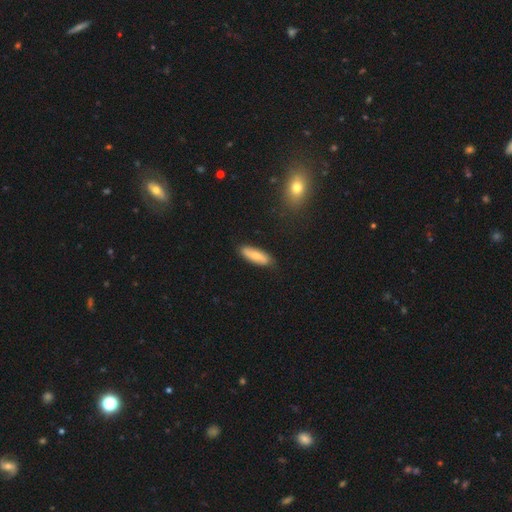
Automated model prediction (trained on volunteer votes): A smooth galaxy with no disk features (67%) that is in between round and cigar-shaped (55%).

Vote fractions:
- Smooth or featured? smooth: 67% / featured or disk: 27% / star or artifact: 6%
- How rounded? in between: 55% / cigar-shaped: 43% / round: 2%
- Merging? none: 82% / minor disturbance: 14% / major disturbance: 2% / merger: 1%